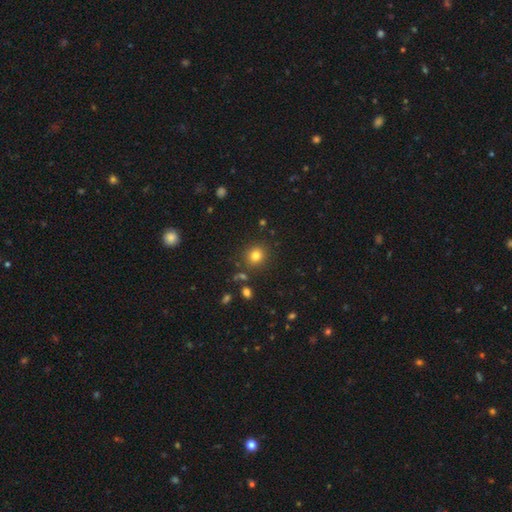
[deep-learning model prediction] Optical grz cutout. It shows a smooth galaxy with no disk features (80%) that is round (87%). Merging: none (86%).